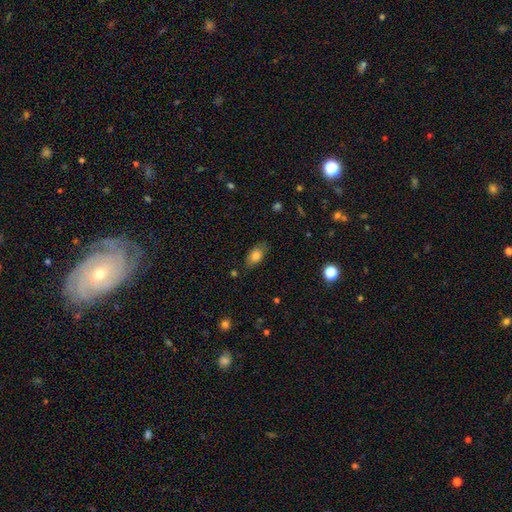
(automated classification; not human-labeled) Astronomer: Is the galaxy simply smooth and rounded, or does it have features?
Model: smooth — 78%.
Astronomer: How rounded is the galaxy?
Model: in between — 90%.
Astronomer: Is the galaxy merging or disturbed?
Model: none — 79%.